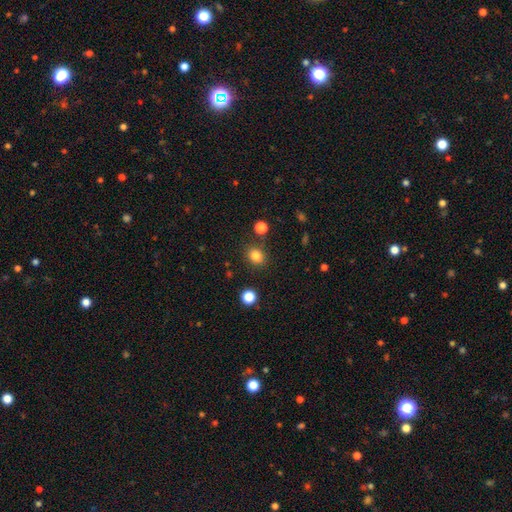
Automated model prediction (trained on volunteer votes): Smooth or featured? Predicted: smooth (p=0.83). How rounded? Predicted: round (p=0.63). Merging? Predicted: none (p=0.83).